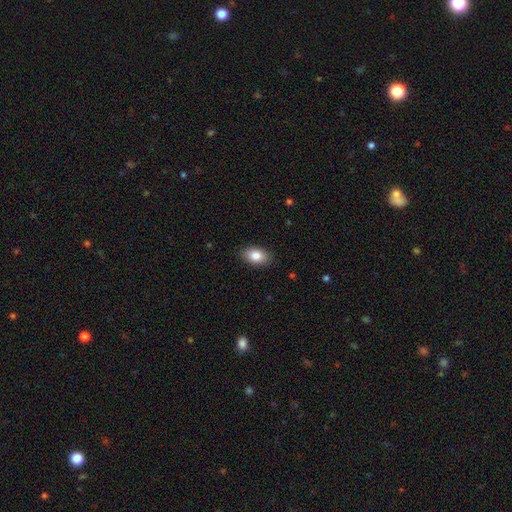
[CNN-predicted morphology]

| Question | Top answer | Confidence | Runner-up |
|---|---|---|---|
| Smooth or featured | smooth | 85% | featured or disk (8%) |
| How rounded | in between | 91% | round (8%) |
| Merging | none | 88% | minor disturbance (9%) |